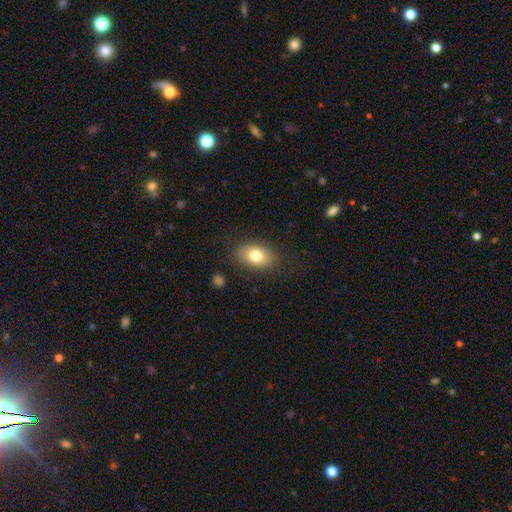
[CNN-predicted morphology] Smooth or featured: smooth — 78% (featured or disk — 13%)
How rounded: in between — 85% (round — 14%)
Merging: none — 84% (minor disturbance — 11%)